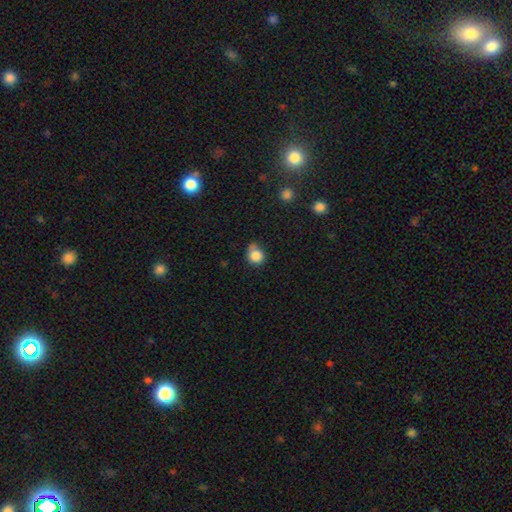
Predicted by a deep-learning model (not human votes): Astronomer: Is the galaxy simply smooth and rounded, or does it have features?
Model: smooth — 84%.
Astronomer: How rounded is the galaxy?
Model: round — 77%.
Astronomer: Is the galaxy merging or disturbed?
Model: none — 51% (runner-up: minor disturbance, 32%).